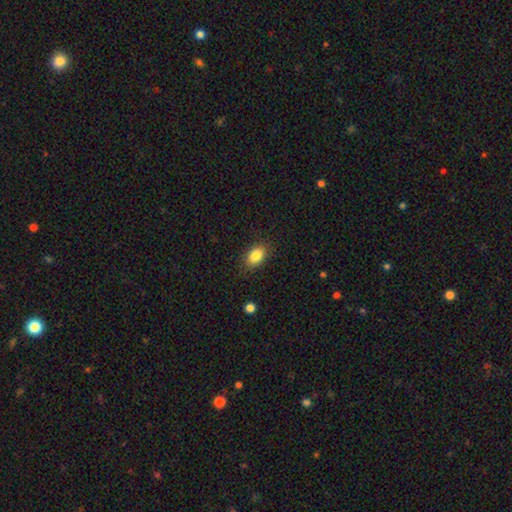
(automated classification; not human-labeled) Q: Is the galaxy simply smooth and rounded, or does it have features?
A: smooth — 85%.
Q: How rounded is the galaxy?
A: in between — 86%.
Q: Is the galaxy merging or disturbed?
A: none — 83%.